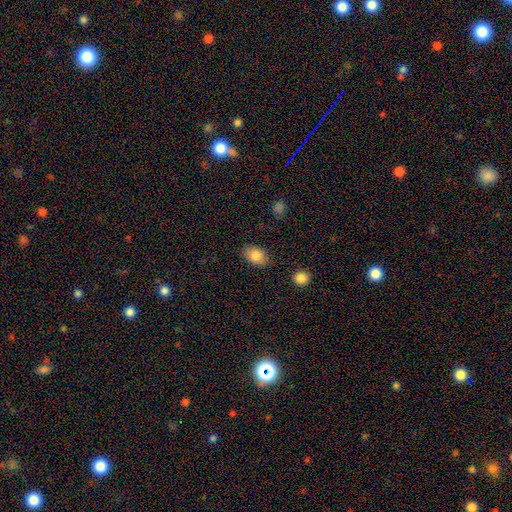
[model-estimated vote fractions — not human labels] This appears to be a smooth galaxy with no disk features (85%) that is in between round and cigar-shaped (81%). Merging: none (83%).